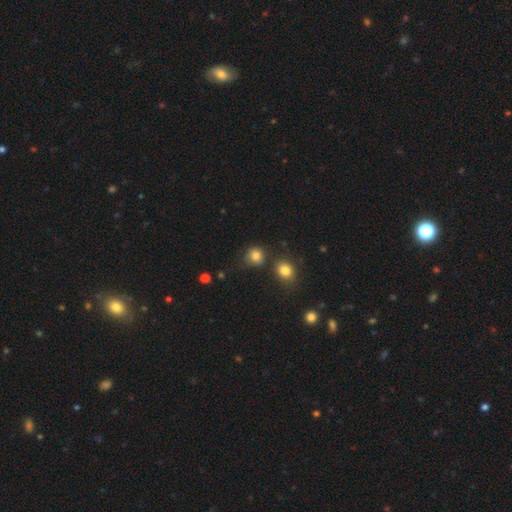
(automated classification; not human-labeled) smooth 82%, star or artifact 12%, featured or disk 6%. Down the decision tree: how rounded — round (83%); merging — none (69%).